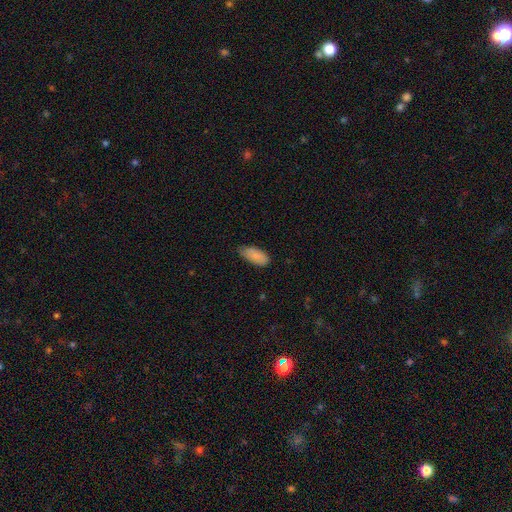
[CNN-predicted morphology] type=smooth (88%); roundness=in between (90%); merging=none (66%).